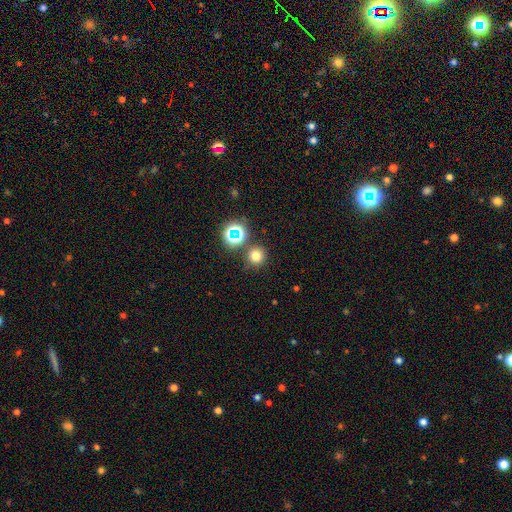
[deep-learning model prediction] This is likely a smooth galaxy (71%). How rounded: clearly round (93%). Merging: clearly none (82%).